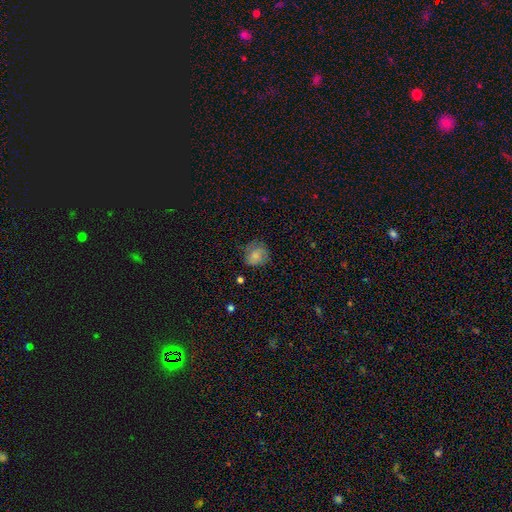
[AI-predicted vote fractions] smooth 76%, featured or disk 15%, star or artifact 9%. Down the decision tree: how rounded — round (74%); merging — none (63%).